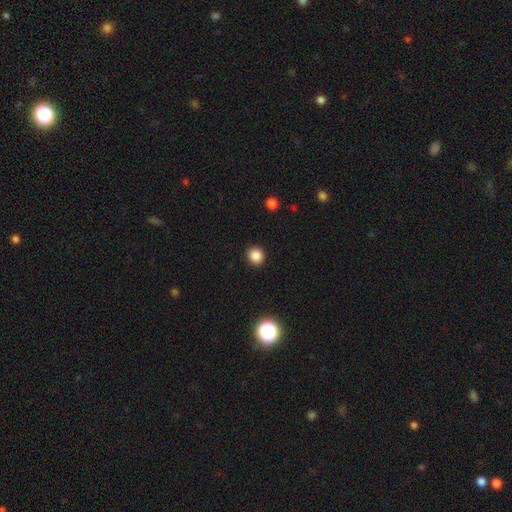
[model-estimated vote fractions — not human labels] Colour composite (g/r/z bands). It shows a smooth galaxy with no disk features (86%) that is round (86%). Merging: none (91%).